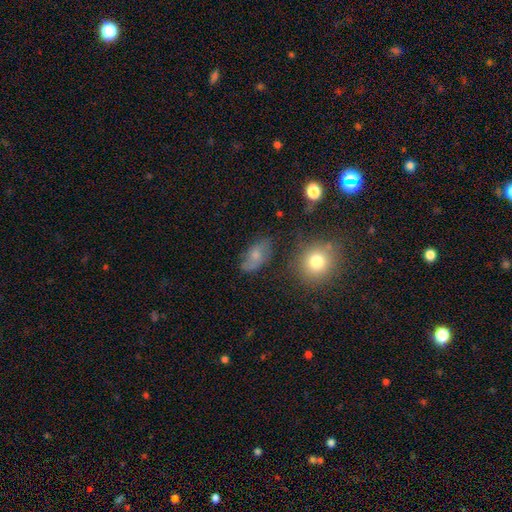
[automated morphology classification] The model was most divided on "smooth or featured": smooth: 57%, featured or disk: 30%, star or artifact: 13%. More confident: how rounded — in between (85%); merging — none (66%).